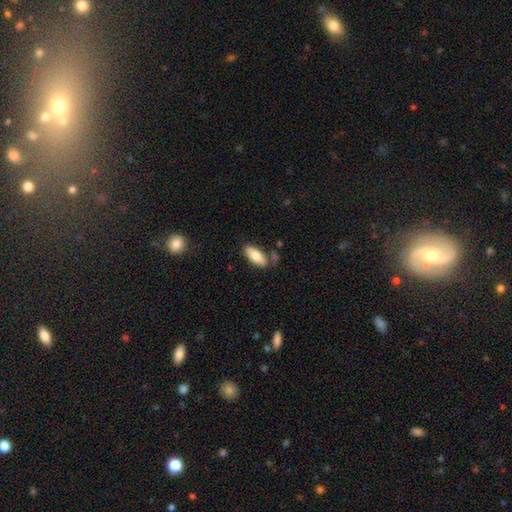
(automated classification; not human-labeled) smooth 80%, featured or disk 14%, star or artifact 6%. Down the decision tree: how rounded — in between (81%); merging — none (75%).